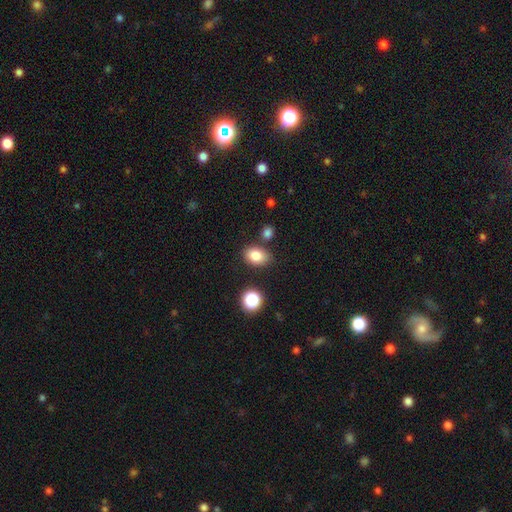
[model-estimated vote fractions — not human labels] Smooth or featured? smooth (83%)
How rounded? in between (79%)
Merging? none (77%)